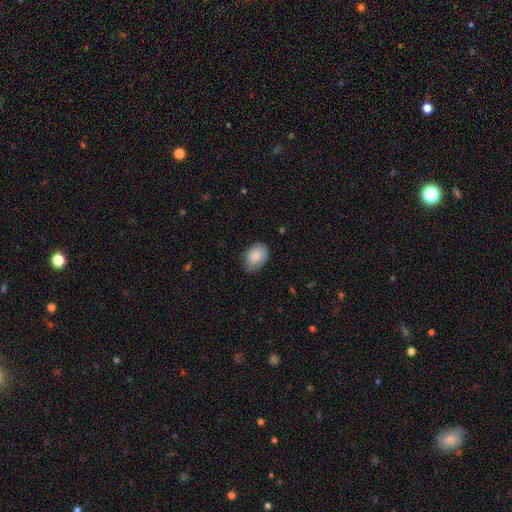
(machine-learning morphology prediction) type=smooth (85%); roundness=in between (73%); merging=none (69%).